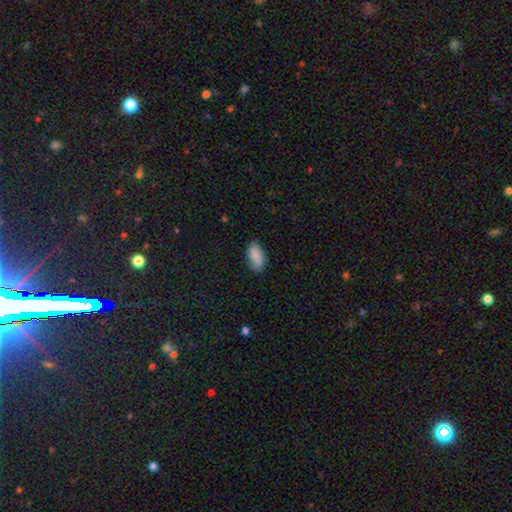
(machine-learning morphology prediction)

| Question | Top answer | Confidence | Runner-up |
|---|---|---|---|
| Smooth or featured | smooth | 87% | star or artifact (7%) |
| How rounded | in between | 93% | cigar-shaped (4%) |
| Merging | none | 73% | minor disturbance (21%) |